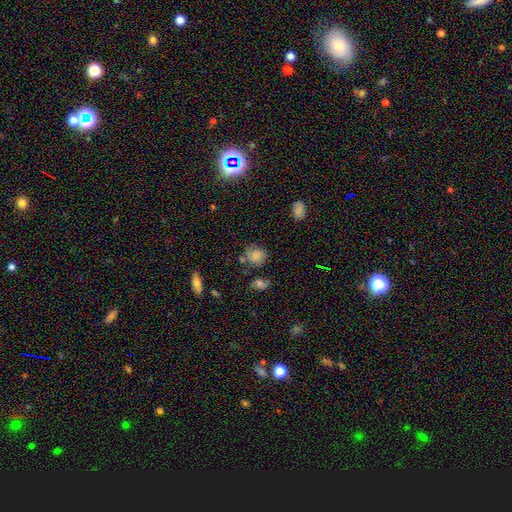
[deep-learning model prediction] smooth 76%, star or artifact 13%, featured or disk 11%. Down the decision tree: how rounded — round (69%); merging — none (57%).